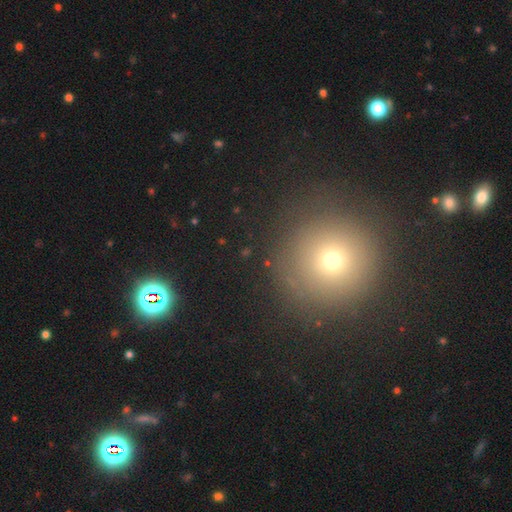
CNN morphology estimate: Smooth or featured?
  - smooth: 57% *
  - star or artifact: 31%
  - featured or disk: 12%
How rounded?
  - round: 95% *
  - in between: 4%
  - cigar-shaped: 1%
Merging?
  - none: 89% *
  - minor disturbance: 6%
  - major disturbance: 3%
  - merger: 2%